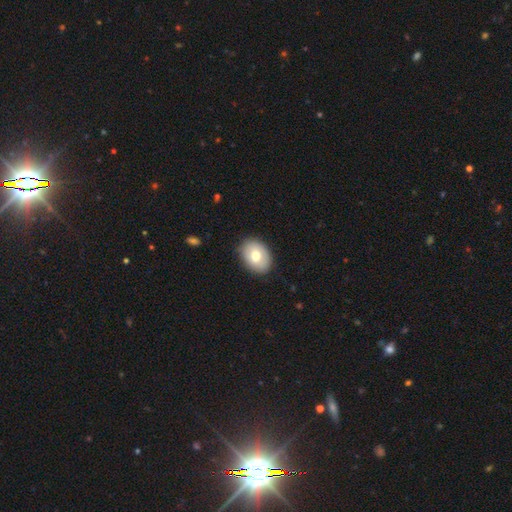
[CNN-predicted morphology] The model was most divided on "how rounded": in between: 73%, round: 26%, cigar-shaped: 1%. More confident: merging — none (87%); smooth or featured — smooth (72%).